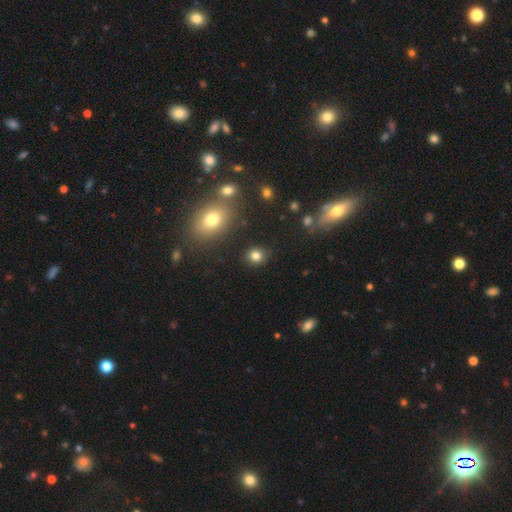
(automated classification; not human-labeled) Morphology: type=smooth (81%); roundness=round (78%); merging=none (86%).